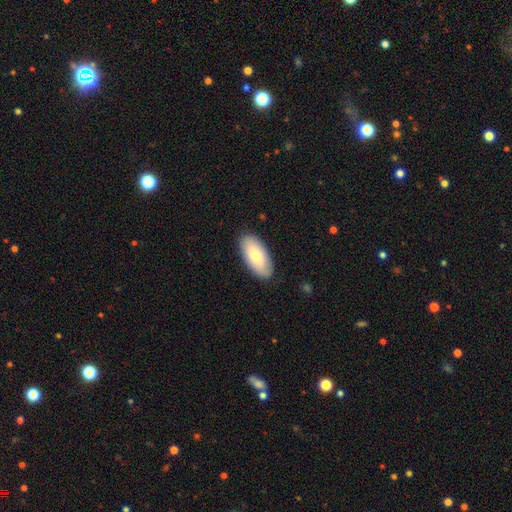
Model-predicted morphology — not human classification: Smooth or featured: smooth — 75% (featured or disk — 20%)
How rounded: in between — 93% (cigar-shaped — 5%)
Merging: none — 88% (minor disturbance — 9%)